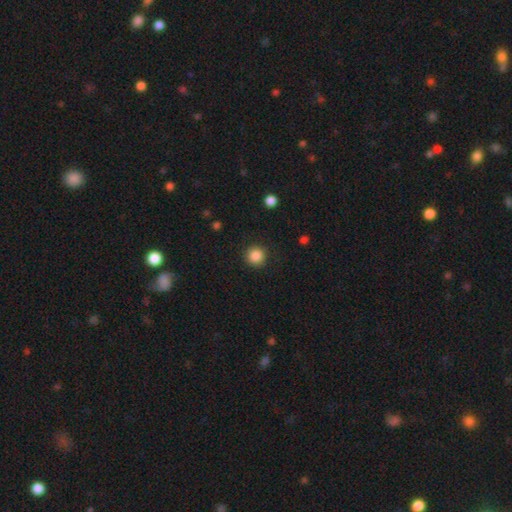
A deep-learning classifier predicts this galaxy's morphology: A smooth galaxy with no disk features (87%) that is round (95%).

Vote fractions:
- Smooth or featured? smooth: 87% / star or artifact: 10% / featured or disk: 3%
- How rounded? round: 95% / in between: 4% / cigar-shaped: 1%
- Merging? none: 90% / minor disturbance: 6% / major disturbance: 3% / merger: 1%